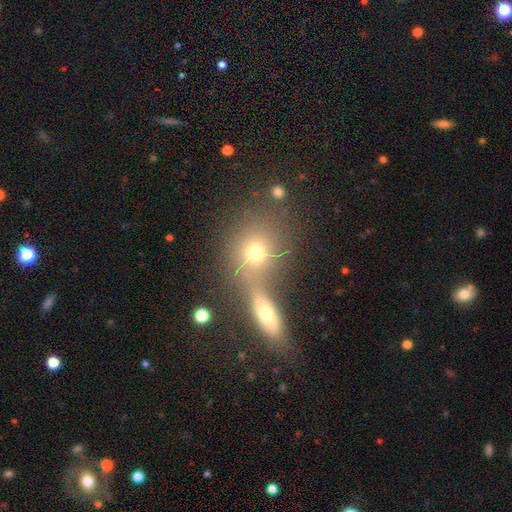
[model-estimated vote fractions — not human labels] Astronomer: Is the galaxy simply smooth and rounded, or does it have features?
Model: smooth — 56%.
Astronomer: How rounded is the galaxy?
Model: round — 68%.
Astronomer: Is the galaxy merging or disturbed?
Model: merger — 46% (runner-up: none, 42%).